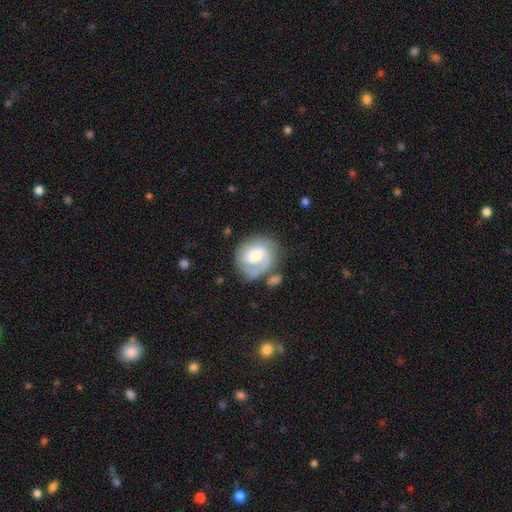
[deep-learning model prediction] Smooth or featured?
  - featured or disk: 69% *
  - smooth: 25%
  - star or artifact: 6%
Edge-on disk?
  - no: 98% *
  - yes: 2%
Bar?
  - weak: 47% *
  - no: 40%
  - strong: 13%
Spiral arms?
  - yes: 90% *
  - no: 10%
Spiral winding?
  - tight: 49% *
  - medium: 37%
  - loose: 14%
Spiral arm count?
  - 2: 44% *
  - 1: 38%
  - can't tell: 12%
  - 3: 4%
  - 4: 1%
  - more than 4: 1%
Bulge size?
  - moderate: 52% *
  - small: 30%
  - large: 13%
  - none: 3%
  - dominant: 2%
Merging?
  - none: 63% *
  - minor disturbance: 19%
  - major disturbance: 12%
  - merger: 5%